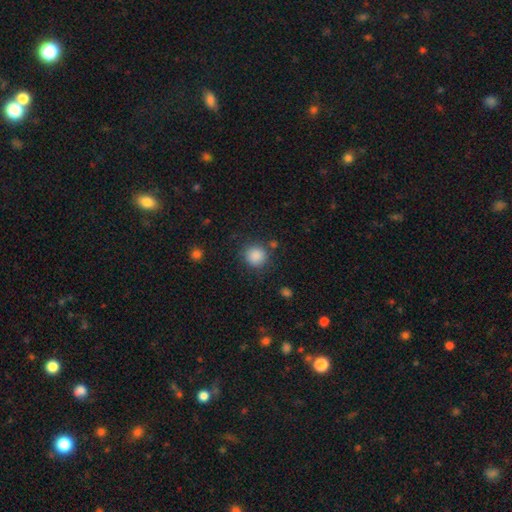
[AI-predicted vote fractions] smooth_or_featured: smooth (p=0.87) [alt: star or artifact p=0.09]
how_rounded: round (p=0.91) [alt: in between p=0.08]
merging: none (p=0.83) [alt: minor disturbance p=0.10]